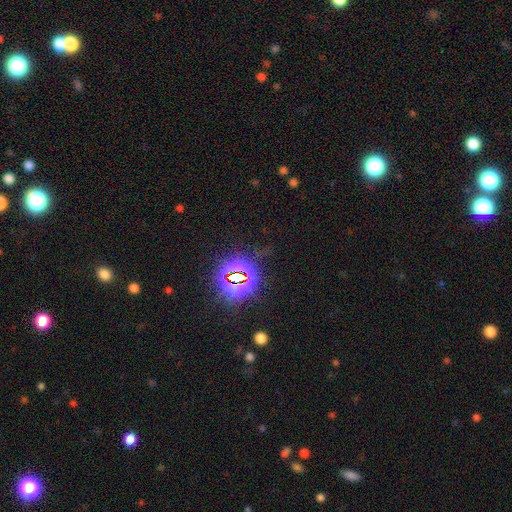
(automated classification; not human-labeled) star or artifact 82%, smooth 11%, featured or disk 7%.